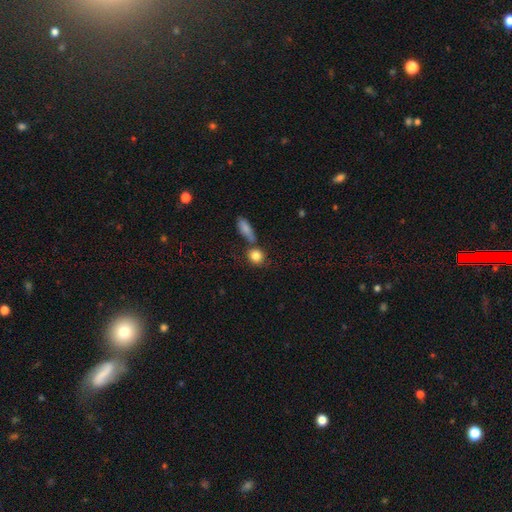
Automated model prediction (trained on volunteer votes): Smooth or featured?
  - smooth: 84% *
  - star or artifact: 9%
  - featured or disk: 7%
How rounded?
  - round: 73% *
  - in between: 23%
  - cigar-shaped: 4%
Merging?
  - none: 56% *
  - merger: 27%
  - minor disturbance: 12%
  - major disturbance: 5%